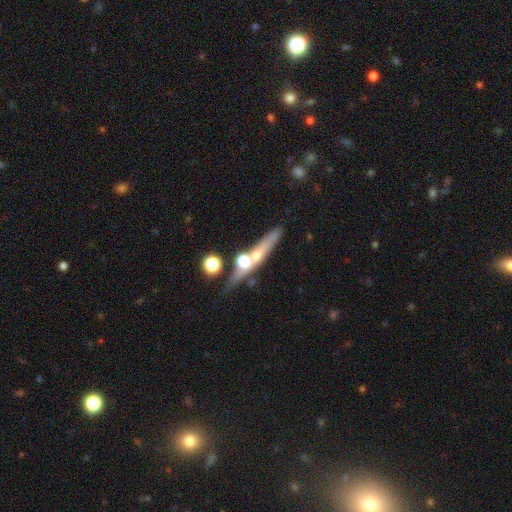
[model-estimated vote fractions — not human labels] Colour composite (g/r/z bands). It shows a featured or disk galaxy (54%) viewed edge-on (86%). Merging: none (66%).